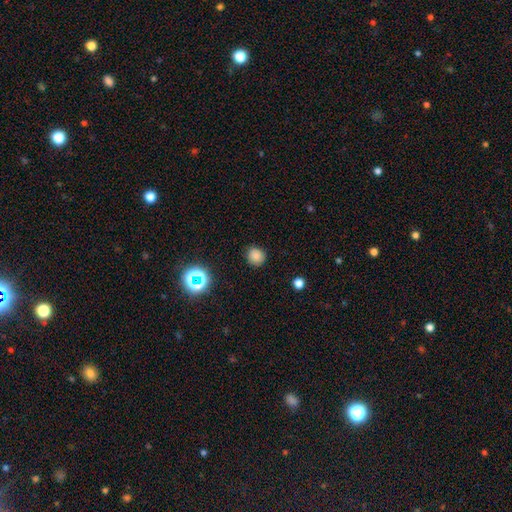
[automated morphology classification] smooth-or-featured: smooth: 80% | star or artifact: 15% | featured or disk: 5%
  how-rounded: round: 87% | in between: 12% | cigar-shaped: 1%
  merging: none: 88% | minor disturbance: 8% | major disturbance: 3% | merger: 1%